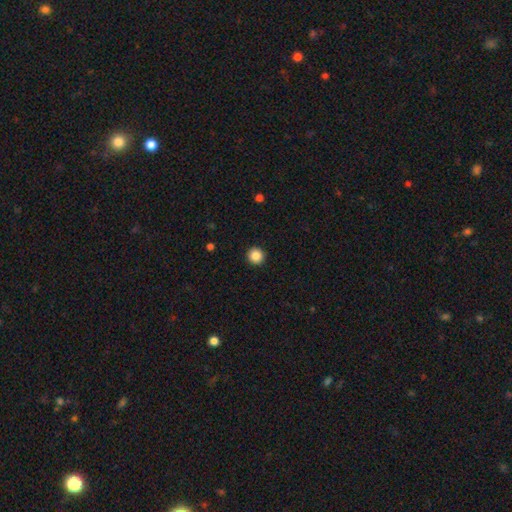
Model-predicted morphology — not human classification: Smooth or featured? Predicted: smooth (p=0.86). How rounded? Predicted: round (p=0.95). Merging? Predicted: none (p=0.93).